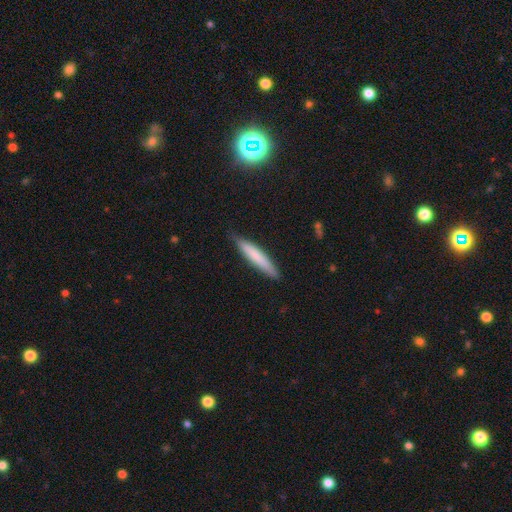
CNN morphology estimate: type=smooth (71%); roundness=cigar-shaped (92%); merging=none (83%).